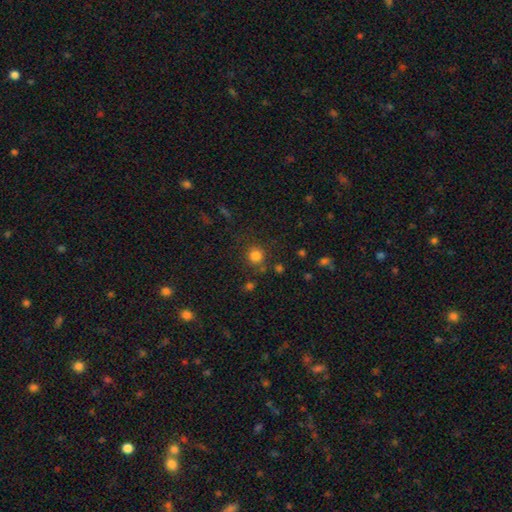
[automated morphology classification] type=smooth (80%); roundness=round (92%); merging=none (80%).